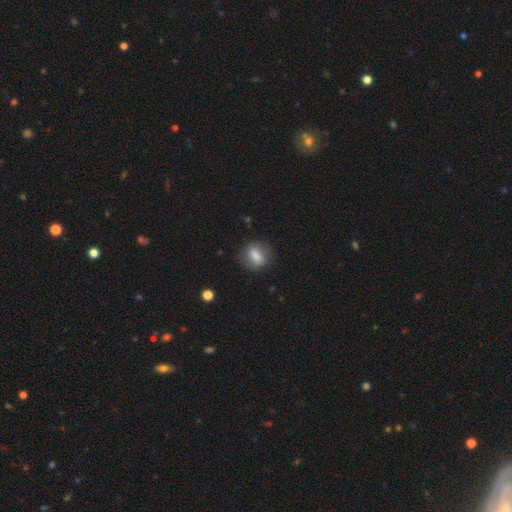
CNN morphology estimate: smooth-or-featured: smooth: 76% | featured or disk: 16% | star or artifact: 8%
  how-rounded: in between: 58% | round: 37% | cigar-shaped: 4%
  merging: none: 79% | minor disturbance: 15% | major disturbance: 5% | merger: 1%